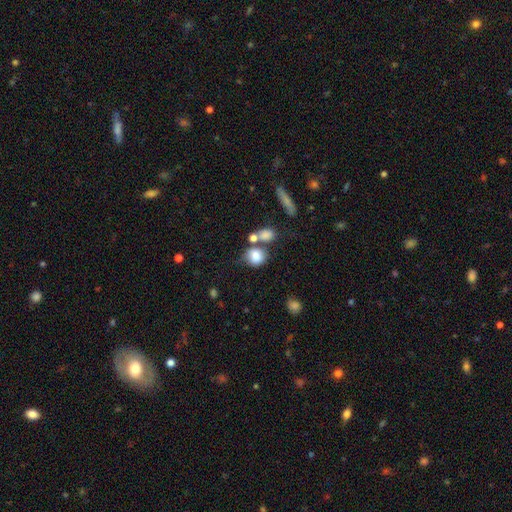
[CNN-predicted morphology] The model was most divided on "merging": none: 45%, merger: 31%, minor disturbance: 16%, major disturbance: 8%. More confident: smooth or featured — smooth (80%); how rounded — round (72%).